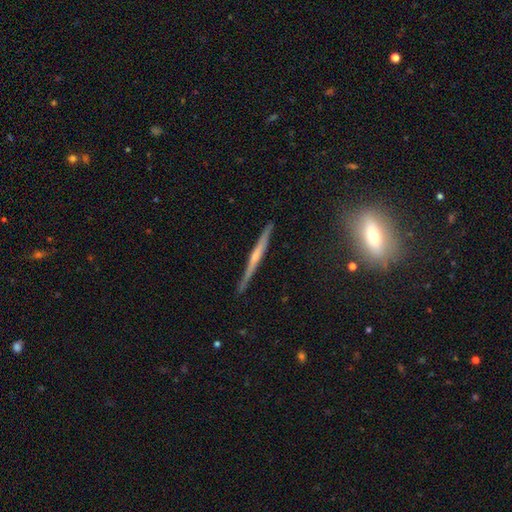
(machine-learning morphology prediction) smooth-or-featured: featured or disk: 69% | smooth: 23% | star or artifact: 8%
  disk-edge-on: yes: 98% | no: 2%
    edge-on-bulge: rounded: 51% | none: 39% | boxy: 10%
  merging: none: 88% | minor disturbance: 9% | major disturbance: 2% | merger: 1%